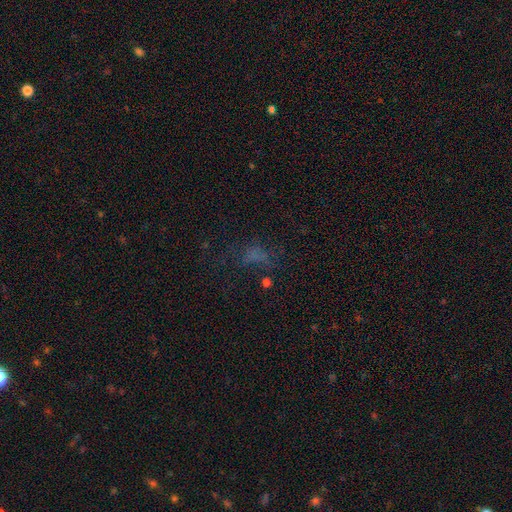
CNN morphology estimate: A smooth galaxy with no disk features (45%).

Vote fractions:
- Smooth or featured? smooth: 45% / star or artifact: 35% / featured or disk: 20%
- Merging? none: 44% / major disturbance: 32% / minor disturbance: 19% / merger: 5%